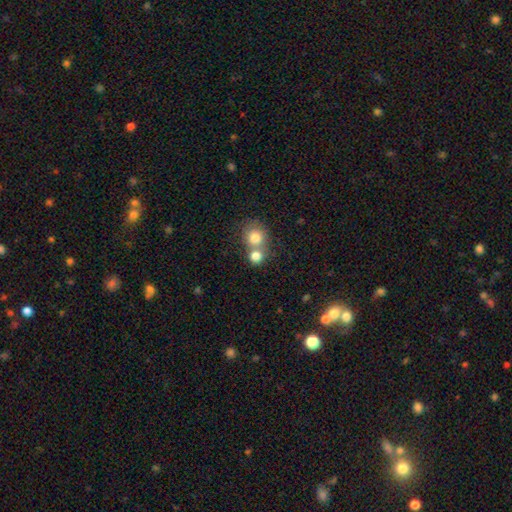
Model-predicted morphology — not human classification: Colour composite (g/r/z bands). It shows a smooth galaxy with no disk features (80%) that is round (82%). Merging: merger (53%).